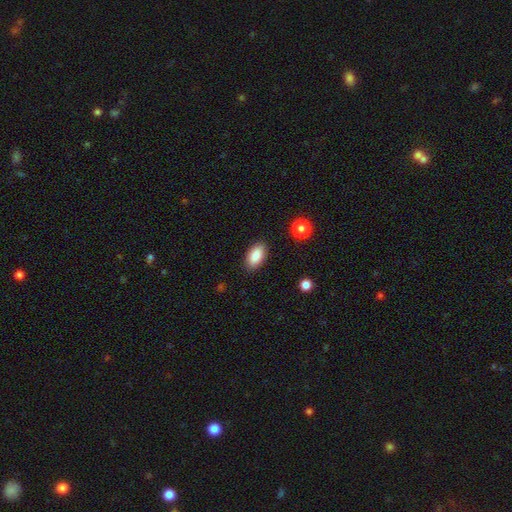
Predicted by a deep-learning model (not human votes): The model was most divided on "merging": none: 88%, minor disturbance: 9%, major disturbance: 2%, merger: 1%. More confident: how rounded — in between (93%); smooth or featured — smooth (87%).